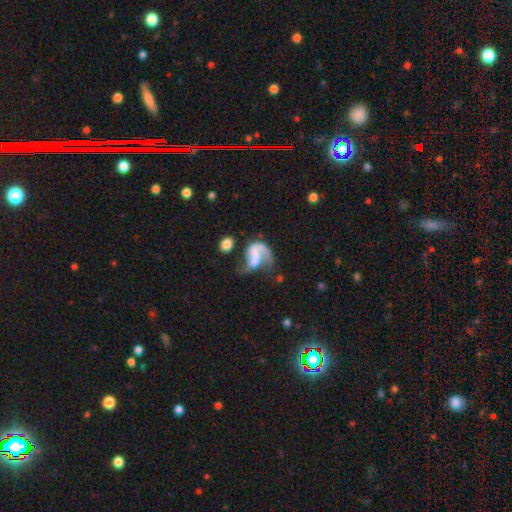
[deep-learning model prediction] Smooth or featured: featured or disk — 61% (smooth — 30%)
Edge-on disk: no — 97% (yes — 3%)
Bar: no — 55% (weak — 29%)
Spiral arms: yes — 71% (no — 29%)
Bulge size: none — 52% (small — 20%)
Merging: major disturbance — 43% (none — 21%)